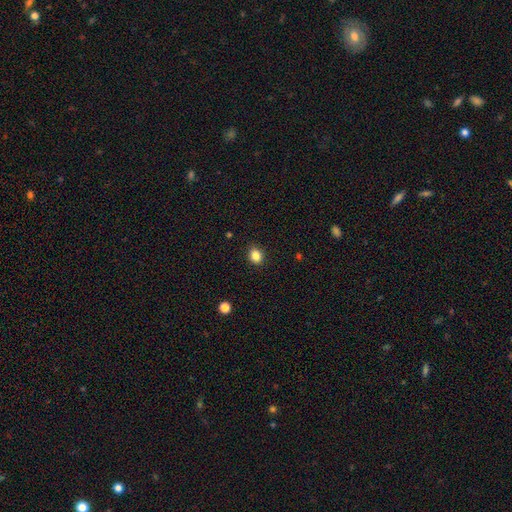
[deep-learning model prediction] smooth 85%, star or artifact 11%, featured or disk 5%. Down the decision tree: how rounded — round (56%); merging — none (90%).